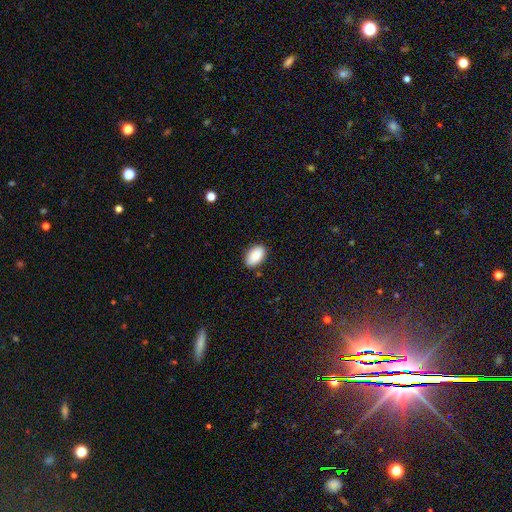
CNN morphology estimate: Smooth or featured? Predicted: smooth (p=0.87). How rounded? Predicted: in between (p=0.92). Merging? Predicted: none (p=0.86).